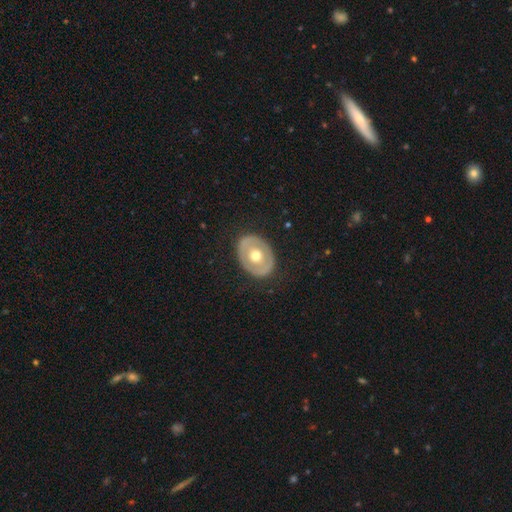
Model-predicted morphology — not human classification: The model was most divided on "smooth or featured": featured or disk: 53%, smooth: 42%, star or artifact: 6%. More confident: edge-on disk — no (92%); merging — none (85%).